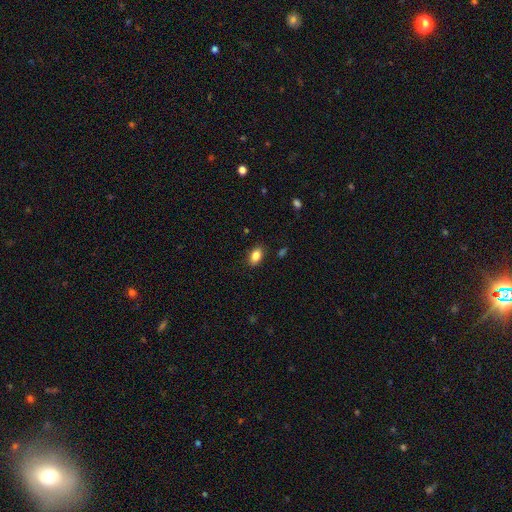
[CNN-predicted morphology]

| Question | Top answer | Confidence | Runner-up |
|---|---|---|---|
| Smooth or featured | smooth | 85% | star or artifact (8%) |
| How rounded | in between | 88% | round (10%) |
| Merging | none | 86% | minor disturbance (10%) |